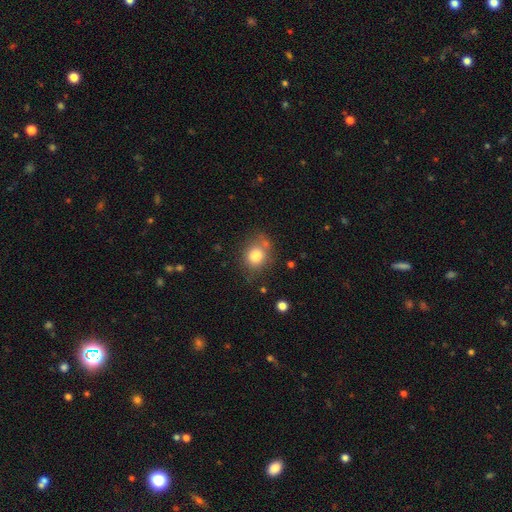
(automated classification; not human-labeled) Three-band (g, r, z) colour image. It shows a smooth galaxy with no disk features (81%) that is round (64%). Merging: none (66%).